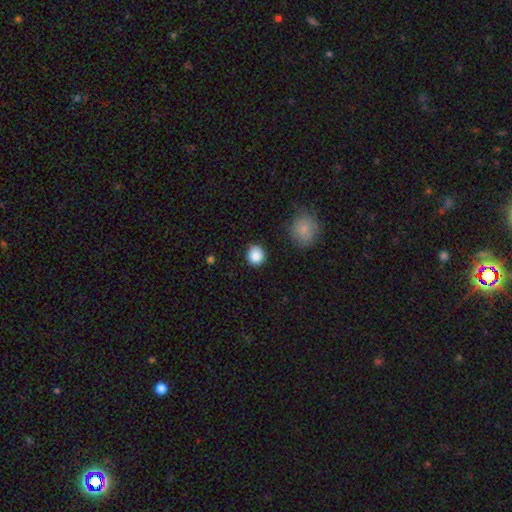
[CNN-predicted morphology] Overall: smooth (88%). How rounded: round (84%). Merging: none (87%).